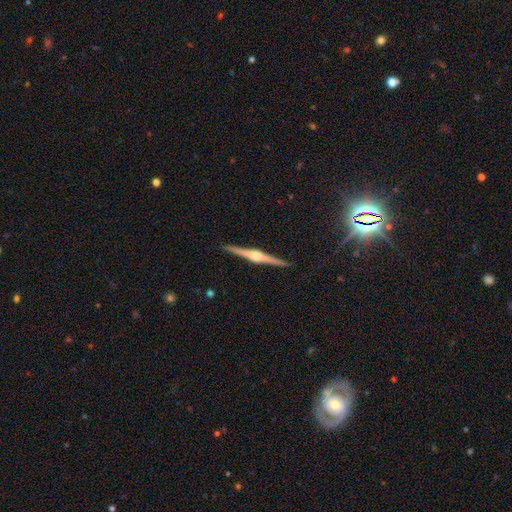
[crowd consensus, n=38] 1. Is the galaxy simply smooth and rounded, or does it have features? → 95% featured or disk, 5% star or artifact, 0% smooth.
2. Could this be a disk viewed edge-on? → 97% yes, 3% no.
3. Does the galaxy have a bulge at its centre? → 97% rounded, 3% boxy, 0% none.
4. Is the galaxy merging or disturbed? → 94% none, 3% minor disturbance, 3% major disturbance, 0% merger.